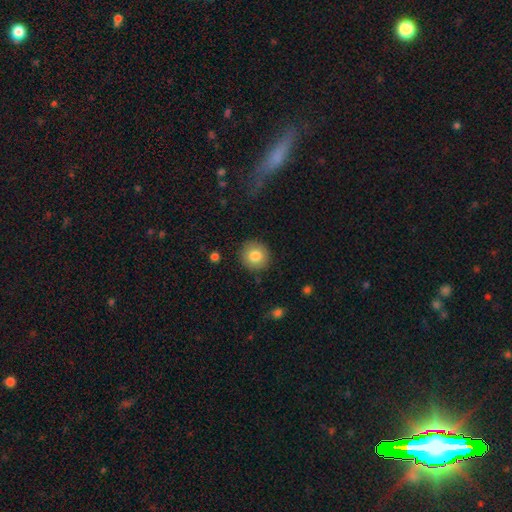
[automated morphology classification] Smooth or featured? smooth (81%)
How rounded? round (92%)
Merging? none (90%)